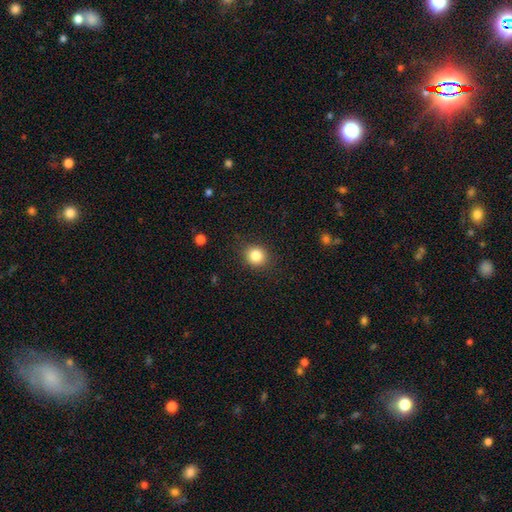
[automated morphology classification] A smooth galaxy with no disk features (84%) that is round (83%). Merging: none (87%).